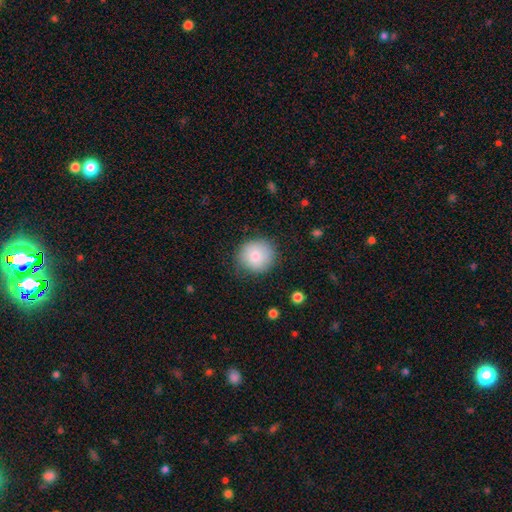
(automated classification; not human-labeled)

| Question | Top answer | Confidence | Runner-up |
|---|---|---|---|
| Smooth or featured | smooth | 80% | featured or disk (12%) |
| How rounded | round | 90% | in between (9%) |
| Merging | none | 79% | minor disturbance (16%) |